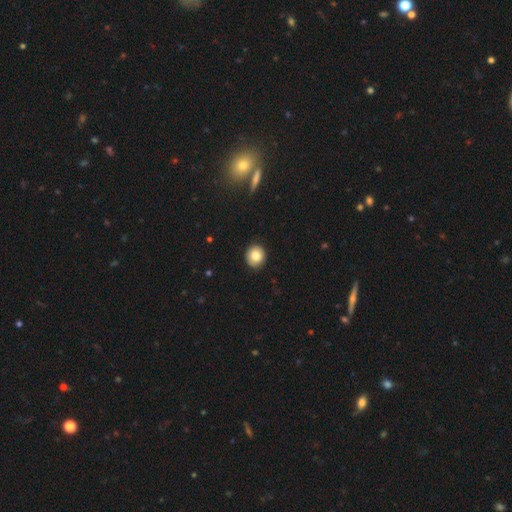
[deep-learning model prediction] Smooth or featured?
  - smooth: 83% *
  - star or artifact: 9%
  - featured or disk: 8%
How rounded?
  - round: 83% *
  - in between: 16%
  - cigar-shaped: 1%
Merging?
  - none: 90% *
  - minor disturbance: 8%
  - major disturbance: 2%
  - merger: 1%